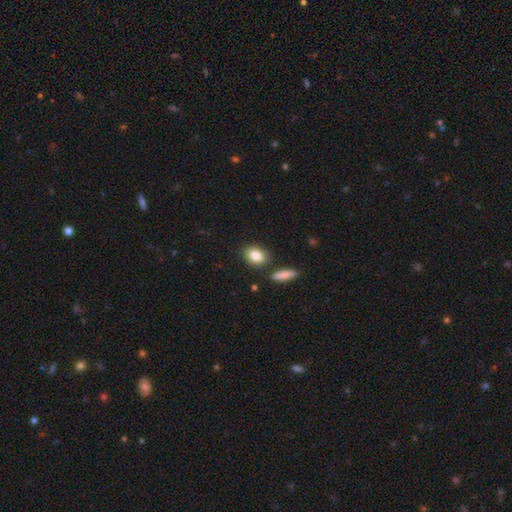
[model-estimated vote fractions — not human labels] smooth 84%, featured or disk 8%, star or artifact 8%. Down the decision tree: how rounded — in between (66%); merging — none (80%).